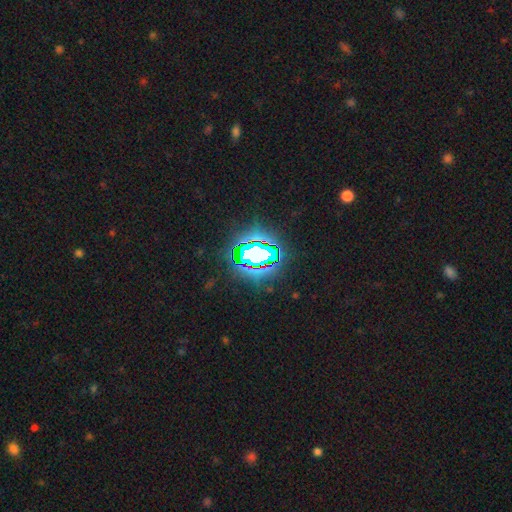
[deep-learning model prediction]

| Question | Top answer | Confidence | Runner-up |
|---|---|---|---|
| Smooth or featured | star or artifact | 71% | smooth (16%) |